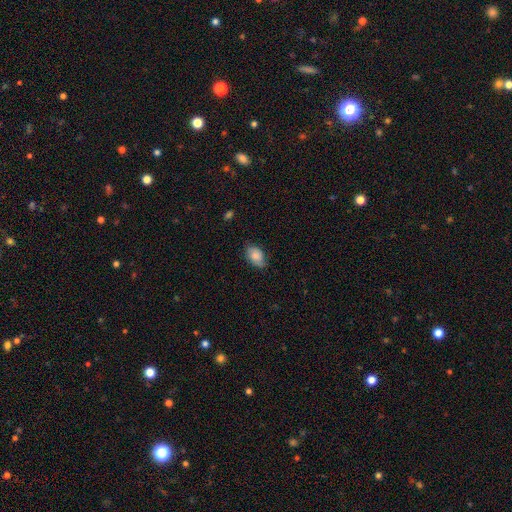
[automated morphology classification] This is likely a smooth galaxy (78%). How rounded: clearly in between (91%). Merging: likely none (74%).